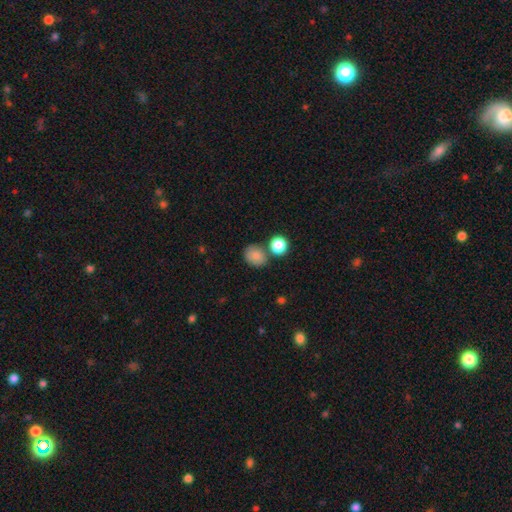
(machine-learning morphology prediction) A smooth galaxy with no disk features (85%) that is round (61%). Merging: none (66%).